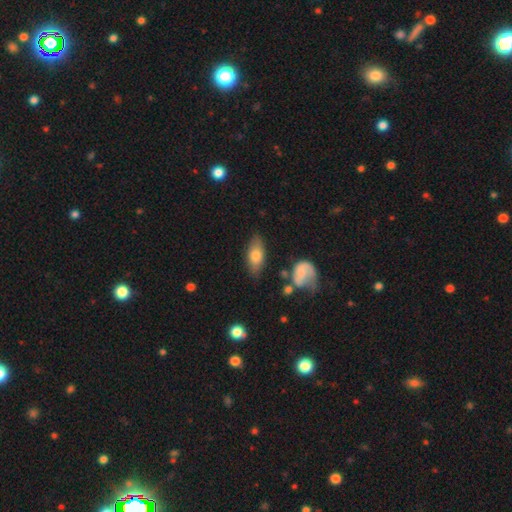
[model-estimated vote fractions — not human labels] Morphology: type=smooth (69%); roundness=in between (83%); merging=none (76%).